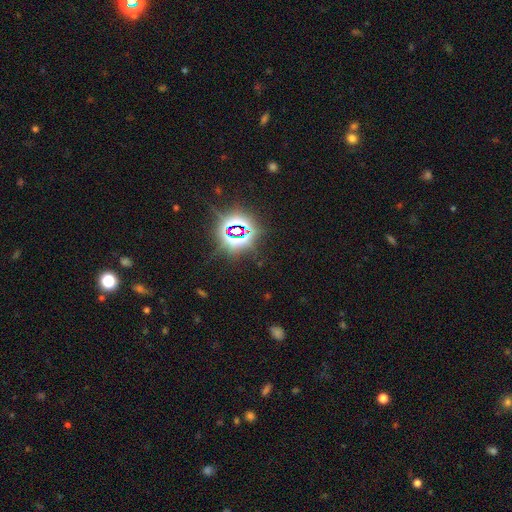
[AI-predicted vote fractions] Overall: star or artifact (79%).